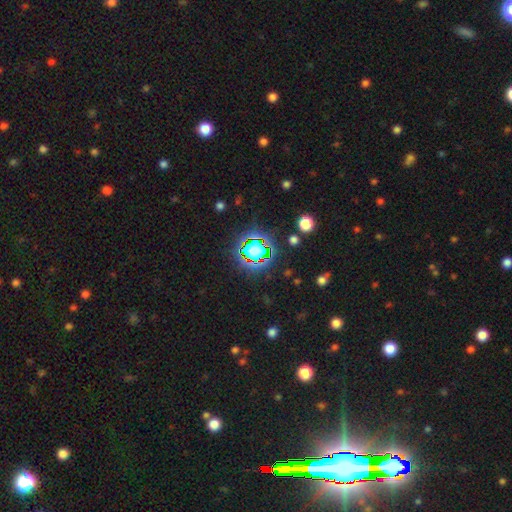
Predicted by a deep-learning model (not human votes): Morphology: type=star or artifact (63%).